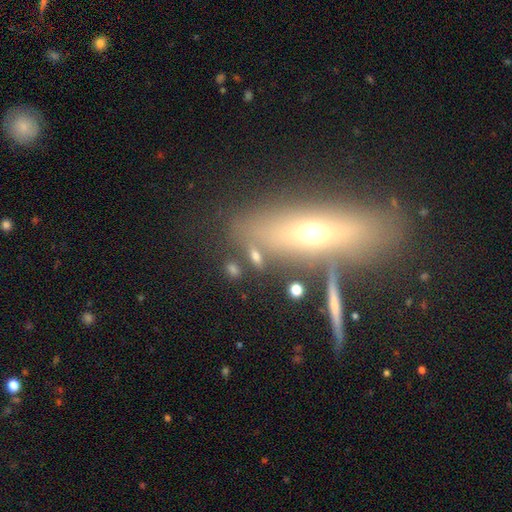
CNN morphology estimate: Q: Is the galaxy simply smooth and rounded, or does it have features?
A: smooth — 62%.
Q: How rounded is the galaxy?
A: in between — 67%.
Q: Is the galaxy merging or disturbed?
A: none — 69%.